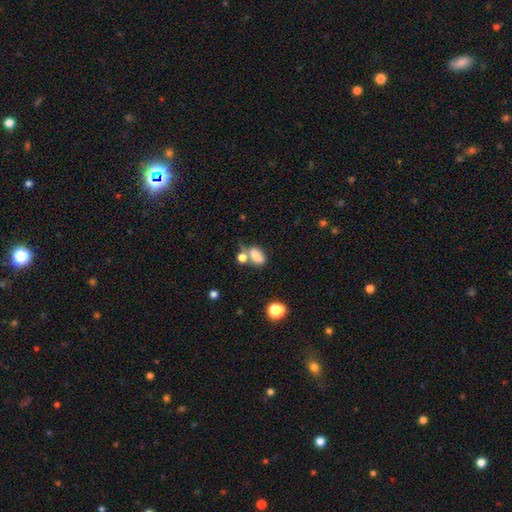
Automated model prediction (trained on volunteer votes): A smooth galaxy with no disk features (78%) that is in between round and cigar-shaped (83%).

Vote fractions:
- Smooth or featured? smooth: 78% / star or artifact: 12% / featured or disk: 10%
- How rounded? in between: 83% / round: 13% / cigar-shaped: 5%
- Merging? none: 38% / merger: 36% / minor disturbance: 16% / major disturbance: 10%